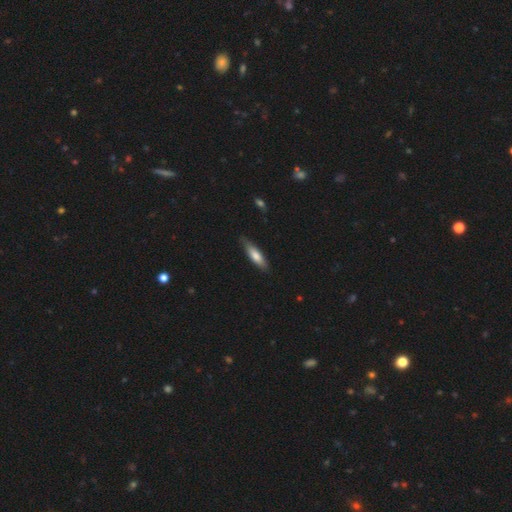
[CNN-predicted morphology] A smooth galaxy with no disk features (73%) that is cigar-shaped (64%). Merging: none (76%).